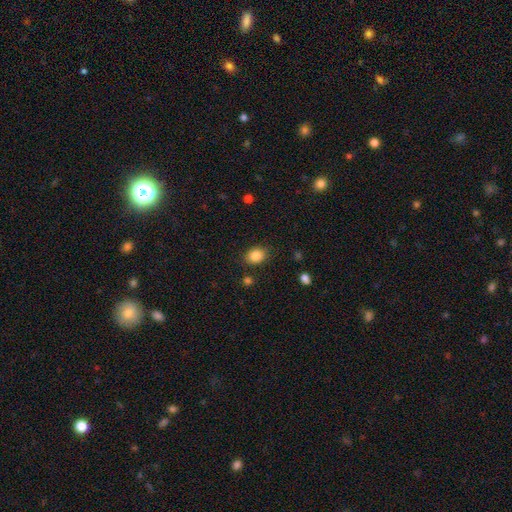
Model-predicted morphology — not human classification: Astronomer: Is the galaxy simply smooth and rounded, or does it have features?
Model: smooth — 85%.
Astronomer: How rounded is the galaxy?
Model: in between — 54% (runner-up: round, 45%).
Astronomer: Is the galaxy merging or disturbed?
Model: none — 82%.